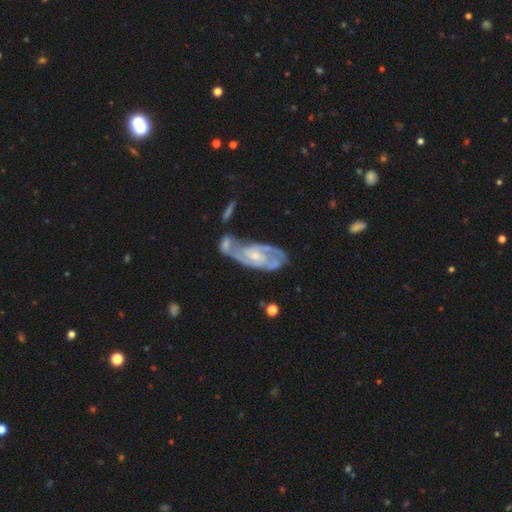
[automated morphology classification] This appears to be a featured or disk galaxy (87%) with no bar (46%), 2 (66%) medium (44%) spiral arms (95%) and a small central bulge (63%). Merging: none (36%).